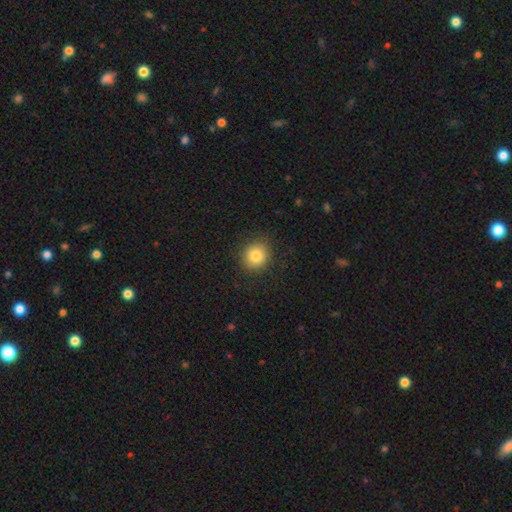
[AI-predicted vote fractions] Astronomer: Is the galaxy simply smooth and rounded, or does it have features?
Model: smooth — 82%.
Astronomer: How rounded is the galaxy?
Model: round — 83%.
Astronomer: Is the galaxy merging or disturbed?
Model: none — 88%.